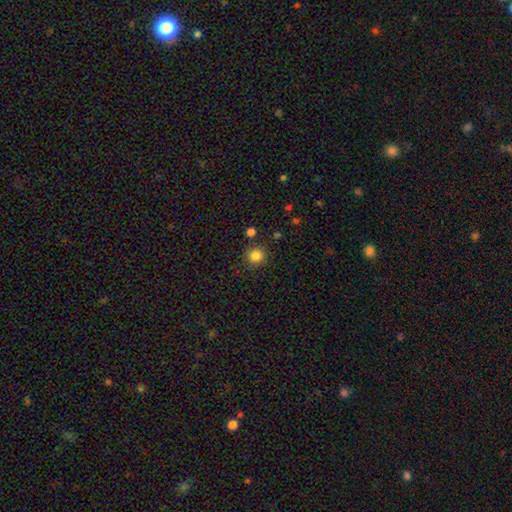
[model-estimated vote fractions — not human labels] A smooth galaxy with no disk features (85%) that is round (94%). Merging: none (88%).